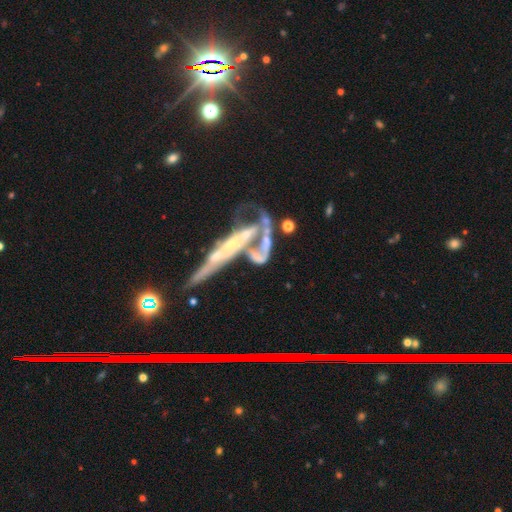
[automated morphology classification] Smooth or featured? Predicted: featured or disk (p=0.63). Edge-on disk? Predicted: no (p=0.70). Merging? Predicted: merger (p=0.56).